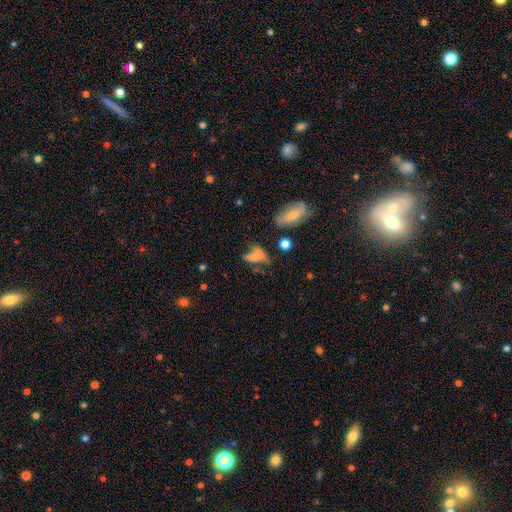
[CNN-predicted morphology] The model was most divided on "merging": none: 32%, major disturbance: 27%, minor disturbance: 24%, merger: 17%. More confident: how rounded — in between (75%); smooth or featured — smooth (59%).